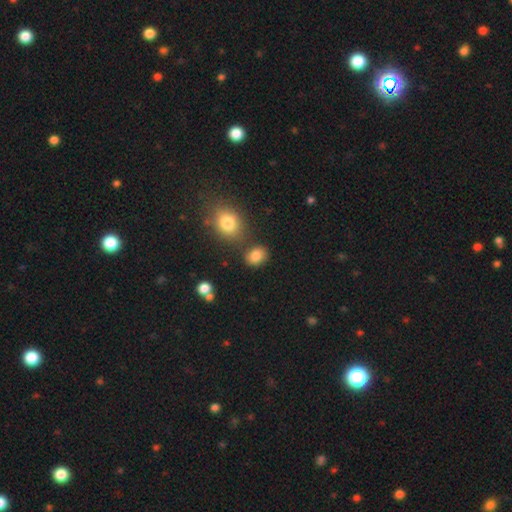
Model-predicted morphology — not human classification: smooth 83%, star or artifact 11%, featured or disk 6%. Down the decision tree: how rounded — in between (52%); merging — none (74%).